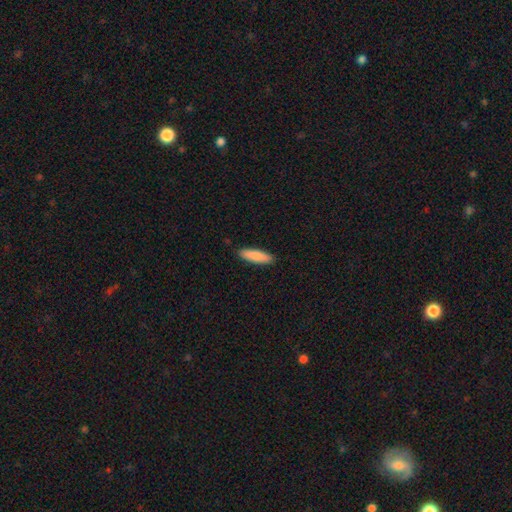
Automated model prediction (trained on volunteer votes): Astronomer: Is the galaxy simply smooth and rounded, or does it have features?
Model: smooth — 88%.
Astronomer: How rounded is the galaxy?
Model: cigar-shaped — 67%.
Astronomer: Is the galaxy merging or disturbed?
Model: none — 89%.